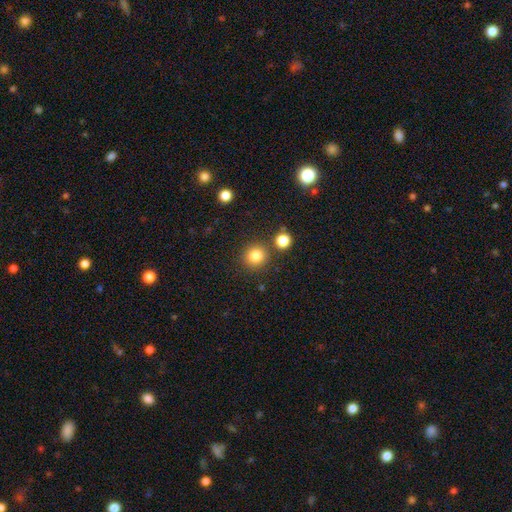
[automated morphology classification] The model was most divided on "smooth or featured": smooth: 83%, star or artifact: 11%, featured or disk: 5%. More confident: how rounded — round (92%); merging — none (85%).